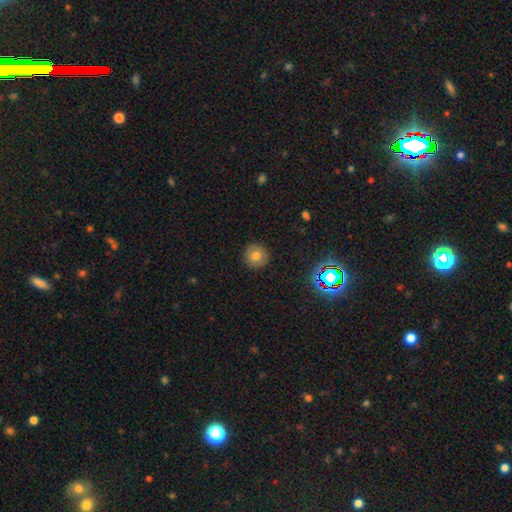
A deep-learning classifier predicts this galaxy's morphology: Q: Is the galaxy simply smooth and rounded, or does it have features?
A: smooth — 76%.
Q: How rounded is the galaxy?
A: round — 94%.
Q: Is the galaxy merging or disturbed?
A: none — 91%.